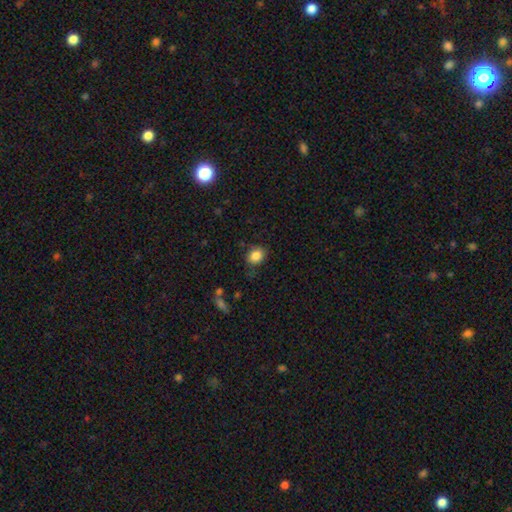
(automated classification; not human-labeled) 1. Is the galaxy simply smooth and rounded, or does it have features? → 85% smooth, 9% star or artifact, 5% featured or disk.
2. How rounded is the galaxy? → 52% round, 47% in between, 1% cigar-shaped.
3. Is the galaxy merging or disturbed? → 75% none, 18% minor disturbance, 5% major disturbance, 2% merger.